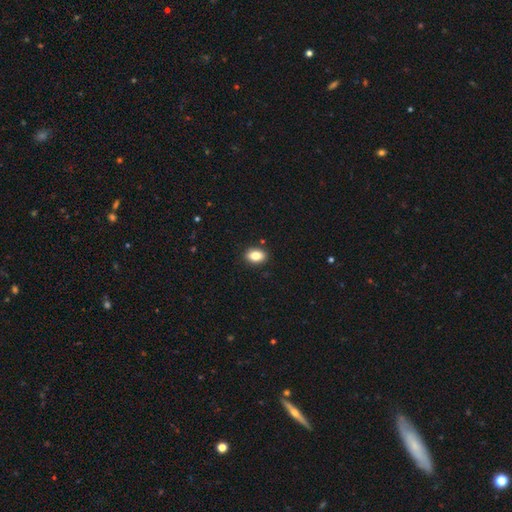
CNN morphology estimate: A smooth galaxy with no disk features (84%) that is in between round and cigar-shaped (81%). Merging: none (89%).